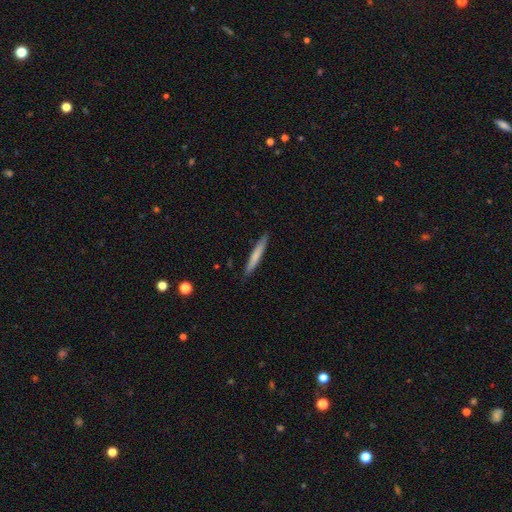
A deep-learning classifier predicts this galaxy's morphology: smooth 71%, featured or disk 23%, star or artifact 5%. Down the decision tree: how rounded — cigar-shaped (96%); merging — none (90%).